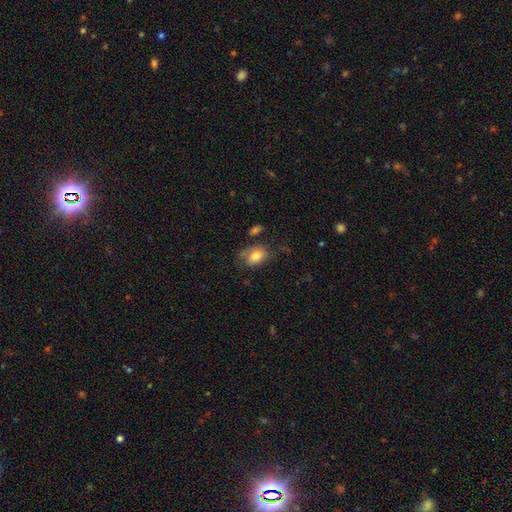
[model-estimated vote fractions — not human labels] Morphology: type=smooth (77%); roundness=in between (78%); merging=none (55%).